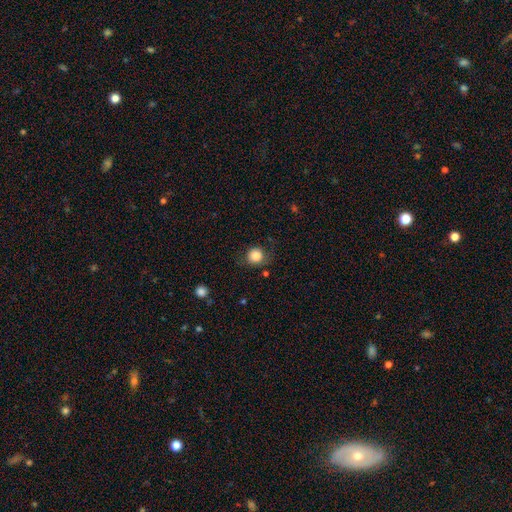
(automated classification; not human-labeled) This is clearly a smooth galaxy (82%). How rounded: clearly round (86%). Merging: likely none (74%).